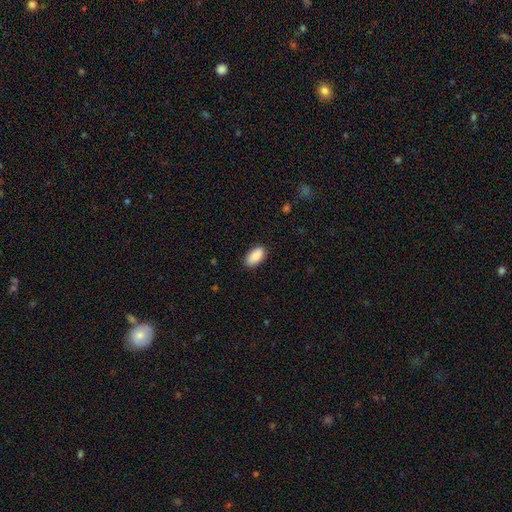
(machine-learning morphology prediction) Overall: smooth (90%). How rounded: in between (93%). Merging: none (86%).